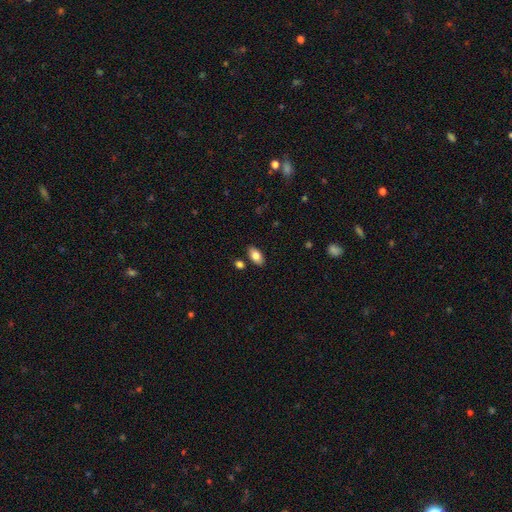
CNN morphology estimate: smooth 82%, featured or disk 11%, star or artifact 7%. Down the decision tree: how rounded — in between (94%); merging — none (85%).